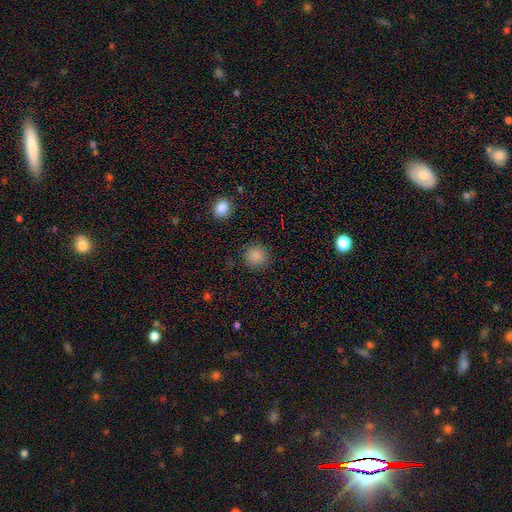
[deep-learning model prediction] This appears to be a smooth galaxy with no disk features (86%) that is round (93%). Merging: none (89%).